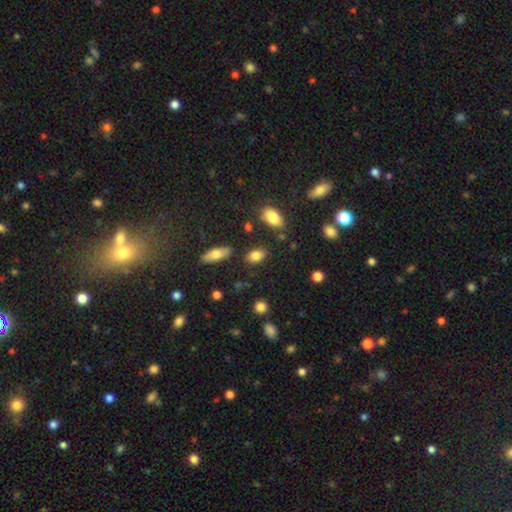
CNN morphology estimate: smooth 83%, star or artifact 9%, featured or disk 8%. Down the decision tree: how rounded — in between (87%); merging — none (80%).